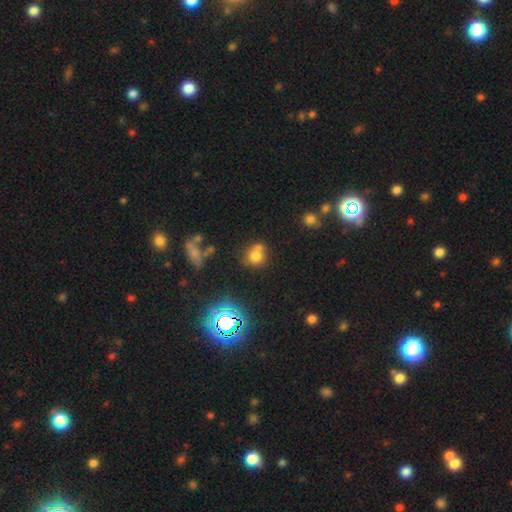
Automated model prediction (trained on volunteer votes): The model was most divided on "merging": none: 47%, merger: 34%, minor disturbance: 13%, major disturbance: 6%. More confident: how rounded — round (78%); smooth or featured — smooth (67%).